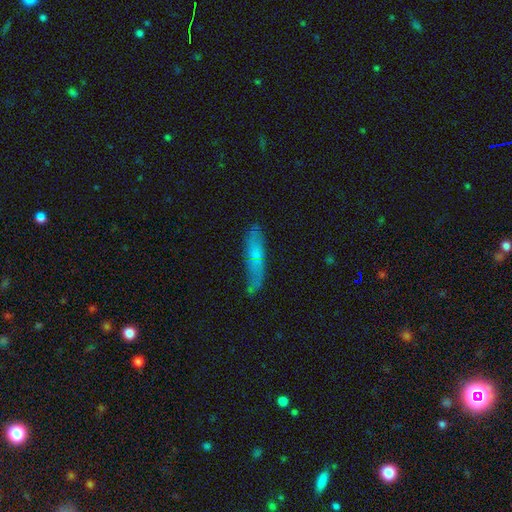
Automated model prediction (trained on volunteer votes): Morphology: type=smooth (56%); roundness=cigar-shaped (78%); merging=none (61%).